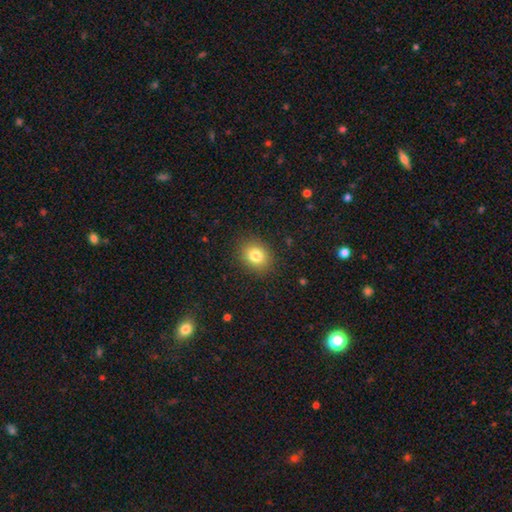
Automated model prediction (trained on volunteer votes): A smooth galaxy with no disk features (81%) that is round (64%).

Vote fractions:
- Smooth or featured? smooth: 81% / star or artifact: 11% / featured or disk: 8%
- How rounded? round: 64% / in between: 35% / cigar-shaped: 1%
- Merging? none: 88% / minor disturbance: 8% / major disturbance: 3% / merger: 1%